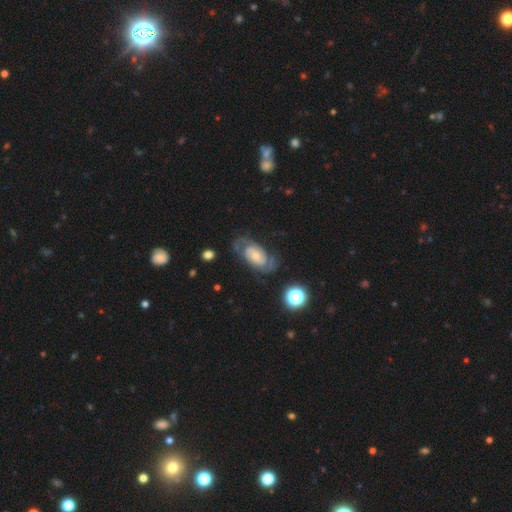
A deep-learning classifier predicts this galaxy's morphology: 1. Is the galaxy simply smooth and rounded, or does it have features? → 77% featured or disk, 16% smooth, 7% star or artifact.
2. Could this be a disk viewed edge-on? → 96% no, 4% yes.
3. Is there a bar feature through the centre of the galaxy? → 67% no, 27% weak, 6% strong.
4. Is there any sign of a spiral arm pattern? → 90% yes, 10% no.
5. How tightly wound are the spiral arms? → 46% tight, 39% medium, 16% loose.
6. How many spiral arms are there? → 67% 2, 20% can't tell, 5% 3, 4% 1, 2% 4, 2% more than 4.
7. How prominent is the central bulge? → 43% small, 42% moderate, 9% large, 4% none, 2% dominant.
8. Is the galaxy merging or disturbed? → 60% none, 20% minor disturbance, 17% major disturbance, 3% merger.